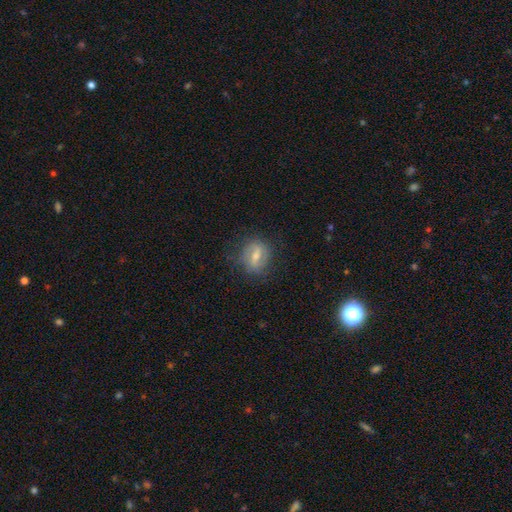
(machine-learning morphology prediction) Overall: featured or disk (54%; smooth 38%). Edge-on disk: no (93%). Merging: none (73%).